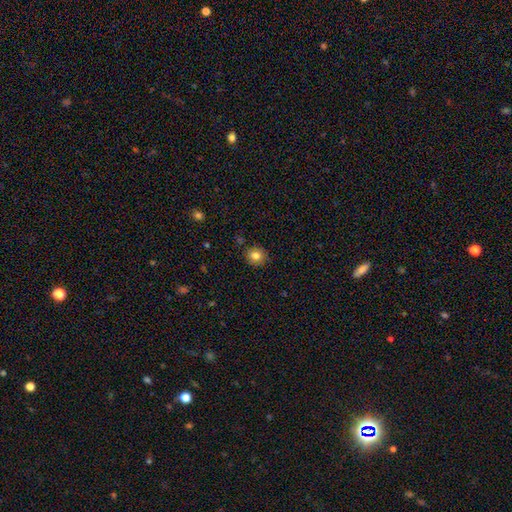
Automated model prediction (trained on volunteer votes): smooth-or-featured: smooth: 81% | star or artifact: 11% | featured or disk: 8%
  how-rounded: round: 86% | in between: 14% | cigar-shaped: 1%
  merging: none: 87% | minor disturbance: 9% | major disturbance: 2% | merger: 2%